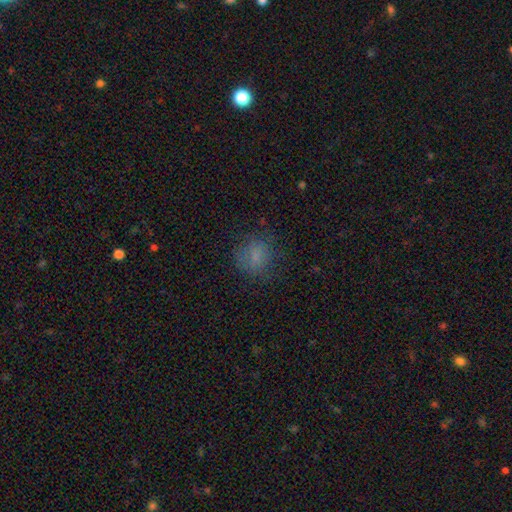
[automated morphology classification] Smooth or featured: smooth — 74% (star or artifact — 15%)
How rounded: round — 68% (in between — 30%)
Merging: none — 73% (minor disturbance — 17%)